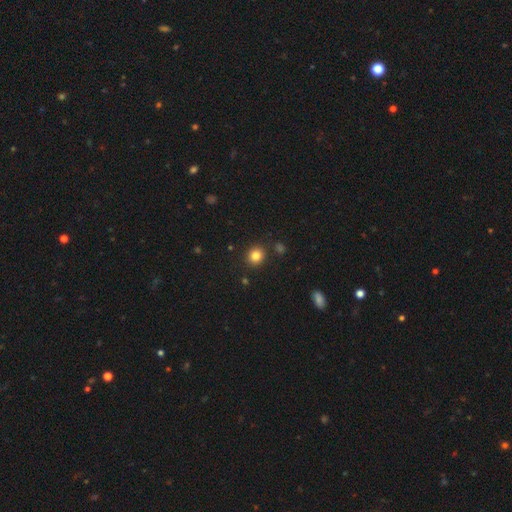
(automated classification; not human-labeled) smooth-or-featured: smooth: 82% | star or artifact: 12% | featured or disk: 6%
  how-rounded: round: 80% | in between: 20% | cigar-shaped: 1%
  merging: none: 88% | minor disturbance: 7% | merger: 3% | major disturbance: 2%